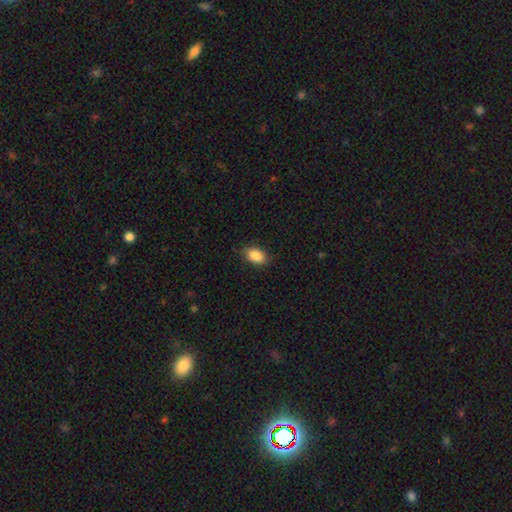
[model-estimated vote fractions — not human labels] Smooth or featured: smooth — 88% (star or artifact — 8%)
How rounded: in between — 89% (round — 9%)
Merging: none — 84% (minor disturbance — 13%)